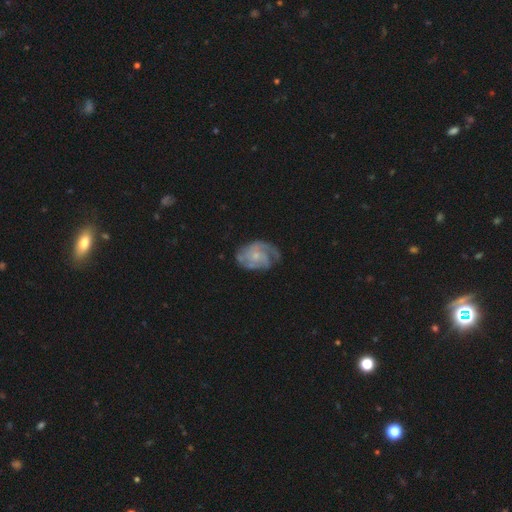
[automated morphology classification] featured or disk 79%, smooth 15%, star or artifact 6%. Down the decision tree: edge-on disk — no (97%); bar — no (74%); spiral arms — yes (93%); spiral arm count — 2 (31%); spiral winding — tight (50%); bulge size — small (63%); merging — none (63%).